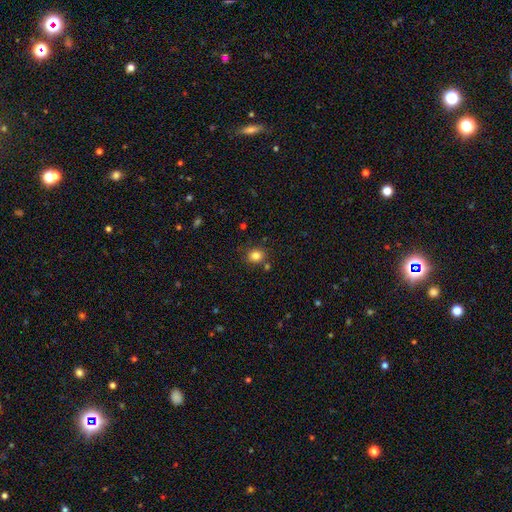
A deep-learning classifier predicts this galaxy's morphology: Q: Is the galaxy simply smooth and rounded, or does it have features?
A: smooth — 83%.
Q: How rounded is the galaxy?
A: round — 72%.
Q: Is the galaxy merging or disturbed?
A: none — 81%.